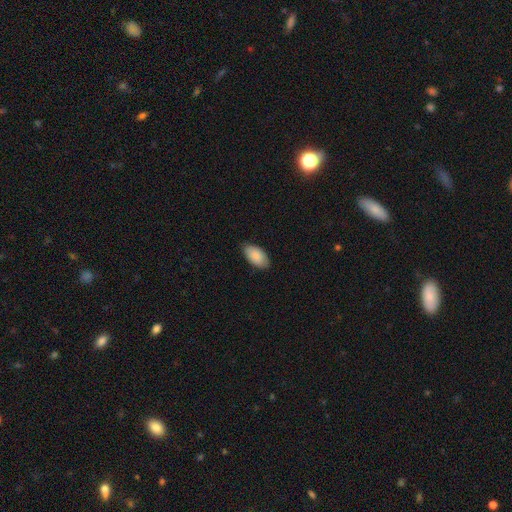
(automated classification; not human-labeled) smooth_or_featured: smooth (p=0.87) [alt: featured or disk p=0.07]
how_rounded: in between (p=0.95) [alt: round p=0.02]
merging: none (p=0.83) [alt: minor disturbance p=0.14]